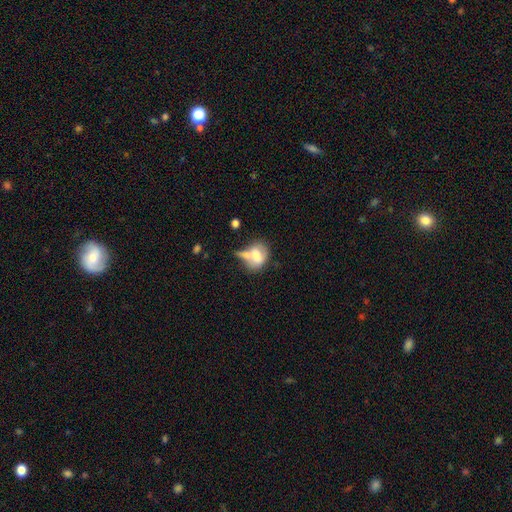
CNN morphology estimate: smooth-or-featured: smooth: 61% | featured or disk: 30% | star or artifact: 9%
  how-rounded: in between: 62% | round: 35% | cigar-shaped: 3%
  merging: merger: 40% | none: 30% | minor disturbance: 18% | major disturbance: 12%